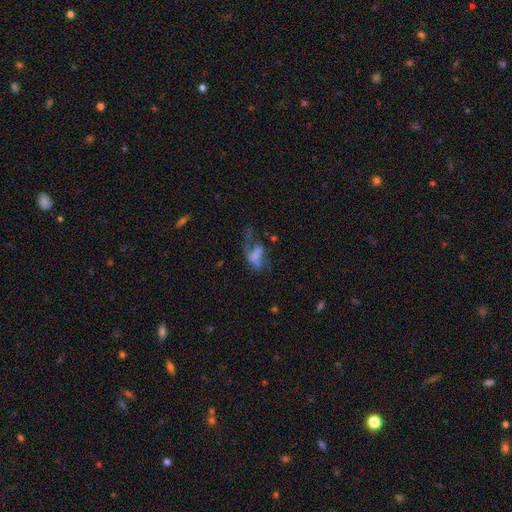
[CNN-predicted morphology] type=featured or disk (43%); merging=major disturbance (54%).